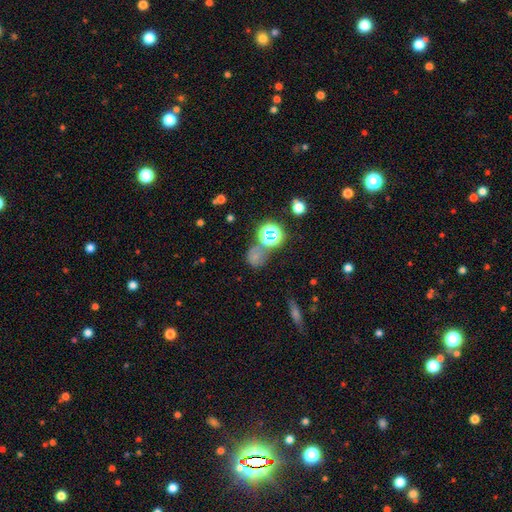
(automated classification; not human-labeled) Smooth or featured?
  - smooth: 55% *
  - star or artifact: 35%
  - featured or disk: 10%
How rounded?
  - round: 78% *
  - in between: 21%
  - cigar-shaped: 1%
Merging?
  - none: 58% *
  - merger: 17%
  - minor disturbance: 16%
  - major disturbance: 9%